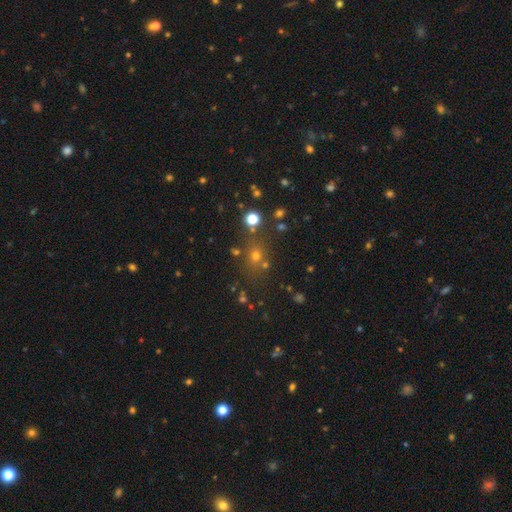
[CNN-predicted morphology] smooth 54%, star or artifact 35%, featured or disk 11%. Down the decision tree: how rounded — round (79%); merging — none (72%).